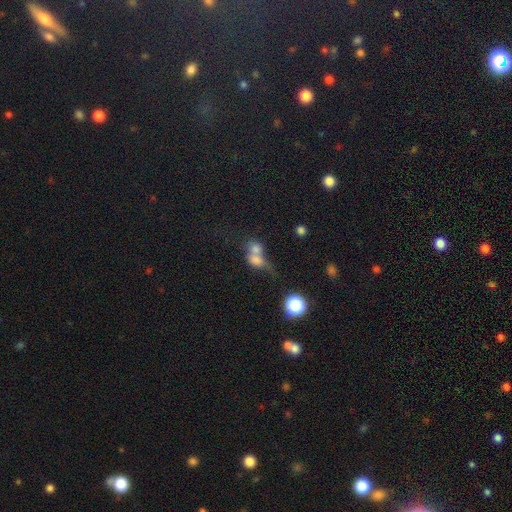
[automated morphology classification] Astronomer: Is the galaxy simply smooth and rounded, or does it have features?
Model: smooth — 69%.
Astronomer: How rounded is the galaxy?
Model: in between — 49% (runner-up: round, 47%).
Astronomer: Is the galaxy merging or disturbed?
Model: merger — 70%.